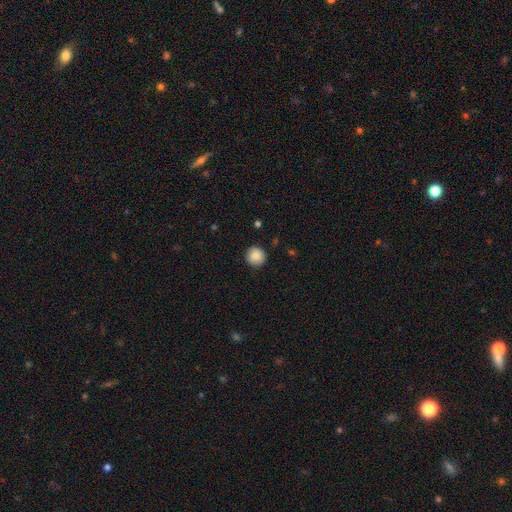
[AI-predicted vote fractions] smooth 87%, star or artifact 8%, featured or disk 5%. Down the decision tree: how rounded — round (95%); merging — none (90%).